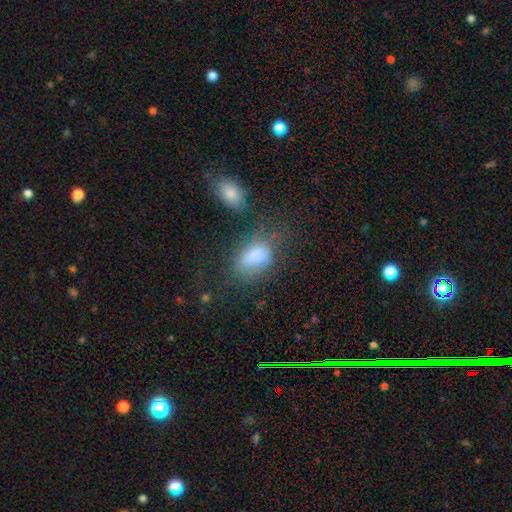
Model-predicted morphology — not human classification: type=smooth (72%); roundness=in between (87%); merging=none (37%).